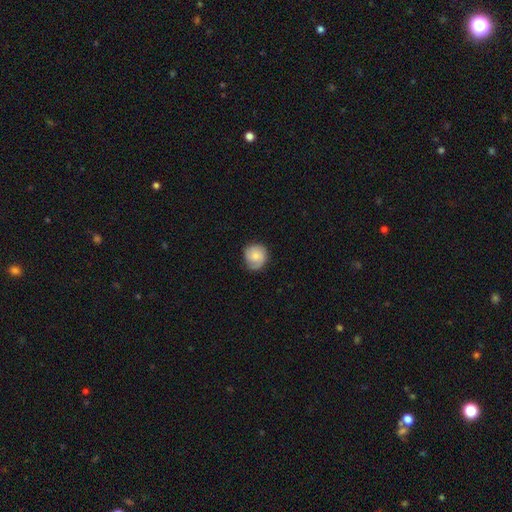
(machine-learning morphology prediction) smooth-or-featured: smooth: 63% | featured or disk: 30% | star or artifact: 7%
  how-rounded: round: 87% | in between: 12% | cigar-shaped: 1%
  merging: none: 72% | minor disturbance: 22% | major disturbance: 5% | merger: 1%